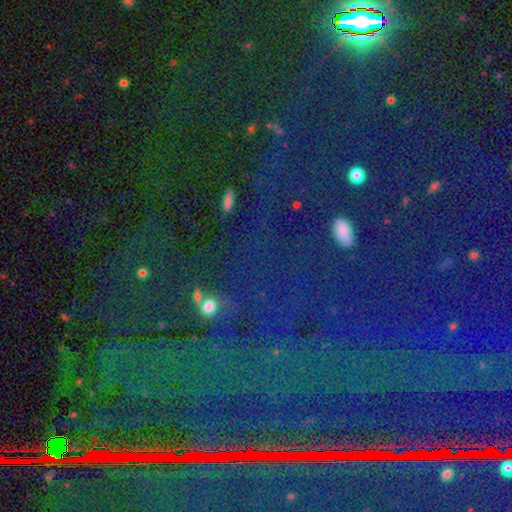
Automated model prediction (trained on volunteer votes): Smooth or featured? Predicted: star or artifact (p=0.76).